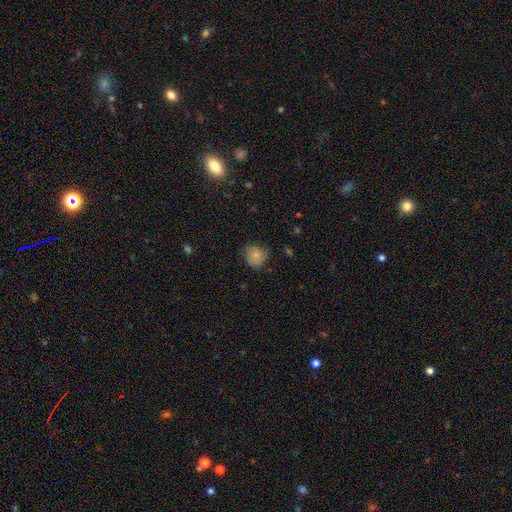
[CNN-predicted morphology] Q: Smooth or featured?
A: smooth (76%); runner-up: featured or disk (14%)
Q: How rounded?
A: round (76%); runner-up: in between (23%)
Q: Merging?
A: none (68%); runner-up: minor disturbance (26%)